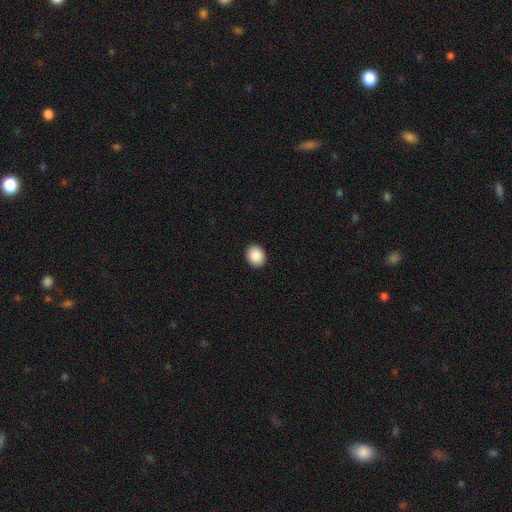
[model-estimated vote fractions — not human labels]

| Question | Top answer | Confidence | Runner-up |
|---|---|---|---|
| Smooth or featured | smooth | 89% | star or artifact (8%) |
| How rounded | round | 57% | in between (42%) |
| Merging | none | 92% | minor disturbance (5%) |